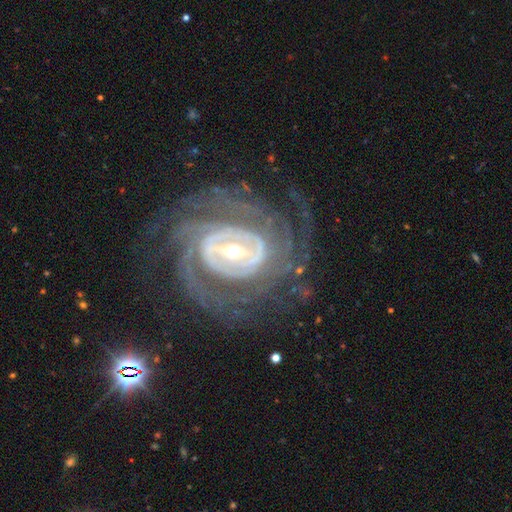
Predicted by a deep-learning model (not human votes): Q: Smooth or featured?
A: featured or disk (91%); runner-up: star or artifact (5%)
Q: Edge-on disk?
A: no (96%); runner-up: yes (4%)
Q: Bar?
A: strong (56%); runner-up: weak (32%)
Q: Spiral arms?
A: yes (96%); runner-up: no (4%)
Q: Spiral winding?
A: tight (66%); runner-up: medium (26%)
Q: Spiral arm count?
A: can't tell (27%); runner-up: 2 (22%)
Q: Bulge size?
A: moderate (48%); runner-up: small (45%)
Q: Merging?
A: none (69%); runner-up: minor disturbance (15%)